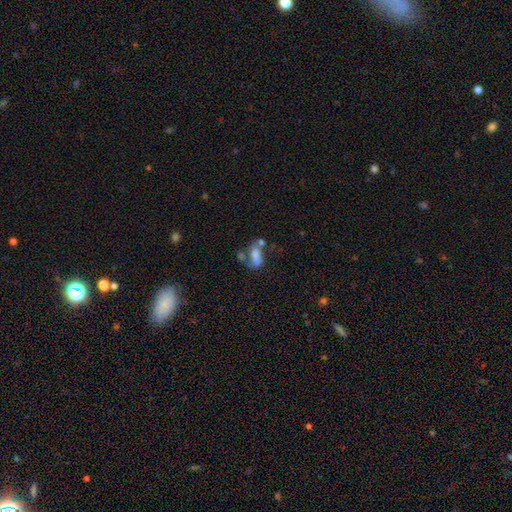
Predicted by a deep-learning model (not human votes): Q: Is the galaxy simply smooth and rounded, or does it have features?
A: smooth — 56%.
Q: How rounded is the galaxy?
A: in between — 81%.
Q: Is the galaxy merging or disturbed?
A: merger — 33%.